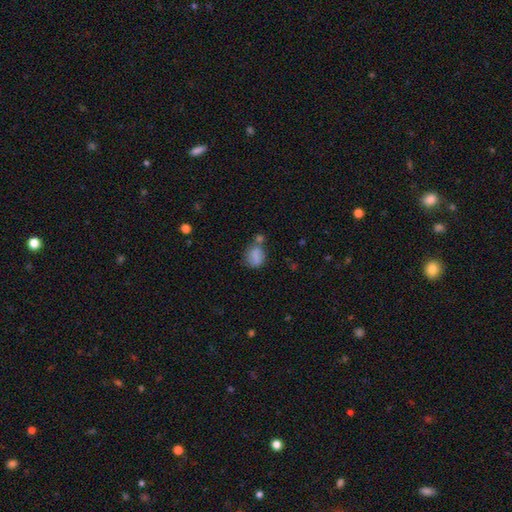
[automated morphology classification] This is clearly a smooth galaxy (80%). How rounded: possibly round (49%, tied with in between). Merging: marginally none (43%).